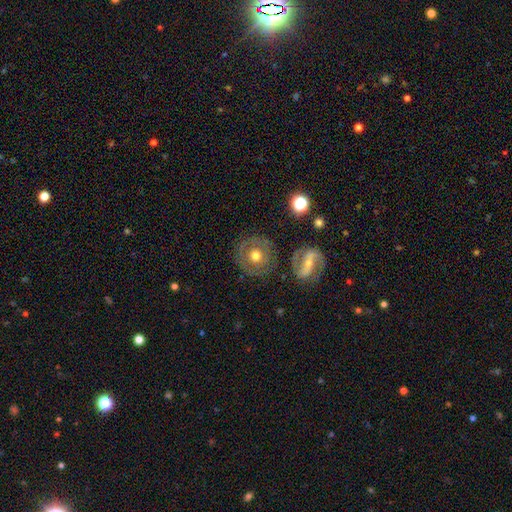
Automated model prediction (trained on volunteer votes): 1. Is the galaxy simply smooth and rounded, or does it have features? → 48% featured or disk, 43% smooth, 8% star or artifact.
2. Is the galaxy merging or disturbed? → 81% none, 10% minor disturbance, 5% major disturbance, 4% merger.